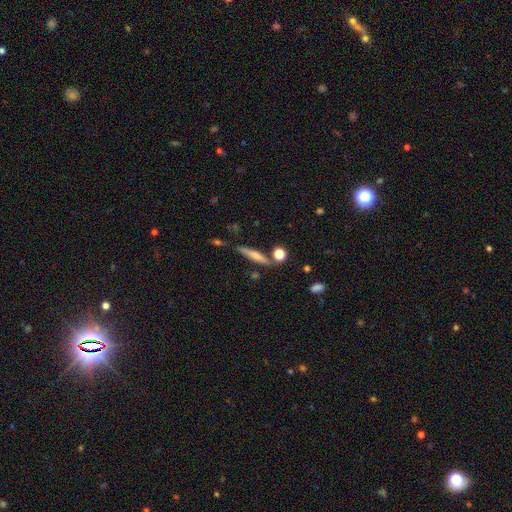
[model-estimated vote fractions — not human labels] Morphology: type=smooth (54%); roundness=cigar-shaped (85%); merging=none (74%).